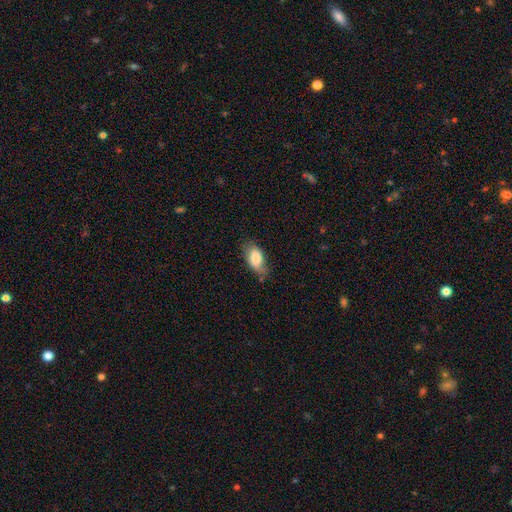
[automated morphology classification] The model was most divided on "merging": none: 56%, minor disturbance: 33%, major disturbance: 8%, merger: 3%. More confident: how rounded — in between (90%); smooth or featured — smooth (81%).